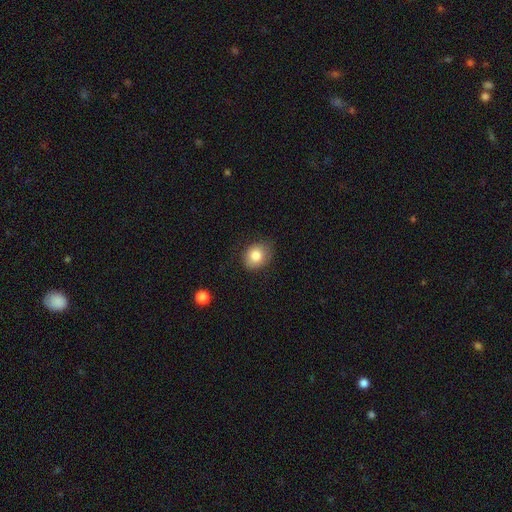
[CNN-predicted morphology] This appears to be a smooth galaxy with no disk features (82%) that is round (54%). Merging: none (77%).